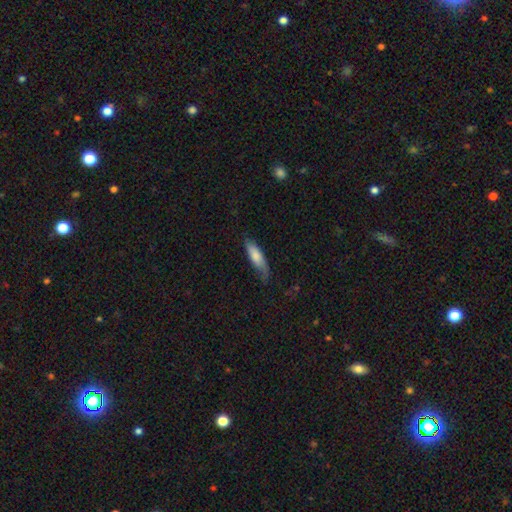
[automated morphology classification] smooth 74%, featured or disk 20%, star or artifact 6%. Down the decision tree: how rounded — cigar-shaped (49%, tied with in between); merging — none (52%).